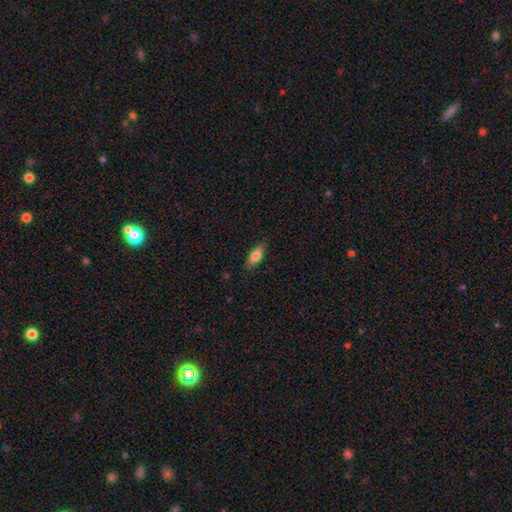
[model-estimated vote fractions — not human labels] Smooth or featured?
  - smooth: 78% *
  - featured or disk: 15%
  - star or artifact: 7%
How rounded?
  - in between: 72% *
  - cigar-shaped: 26%
  - round: 3%
Merging?
  - none: 82% *
  - minor disturbance: 14%
  - major disturbance: 3%
  - merger: 1%